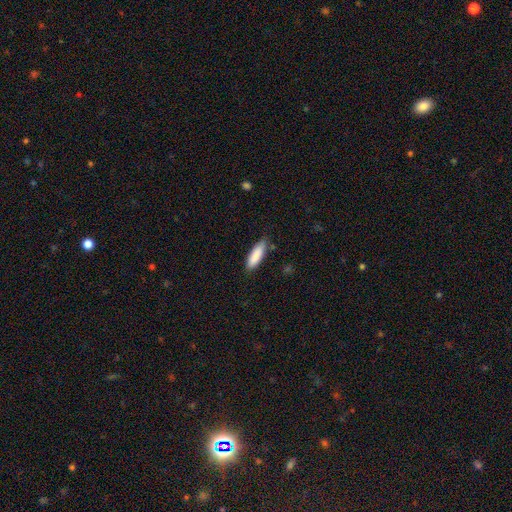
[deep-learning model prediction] smooth 88%, featured or disk 6%, star or artifact 6%. Down the decision tree: how rounded — cigar-shaped (51%); merging — none (82%).